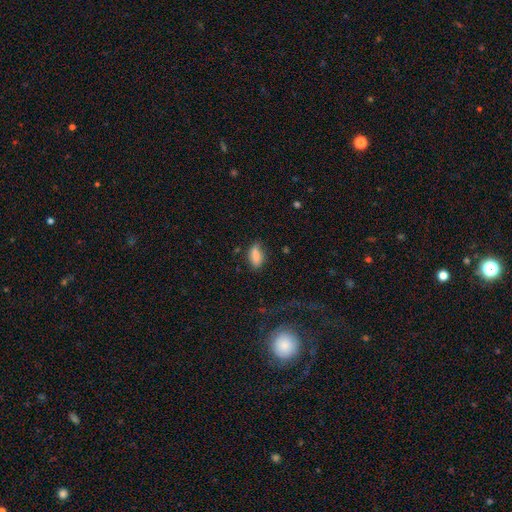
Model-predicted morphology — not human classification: smooth_or_featured: smooth (p=0.84) [alt: star or artifact p=0.08]
how_rounded: in between (p=0.86) [alt: cigar-shaped p=0.10]
merging: none (p=0.66) [alt: minor disturbance p=0.25]